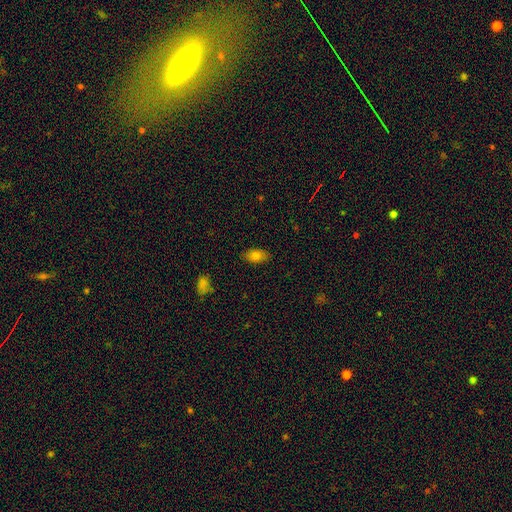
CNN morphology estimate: Smooth or featured? smooth (79%)
How rounded? in between (90%)
Merging? none (85%)